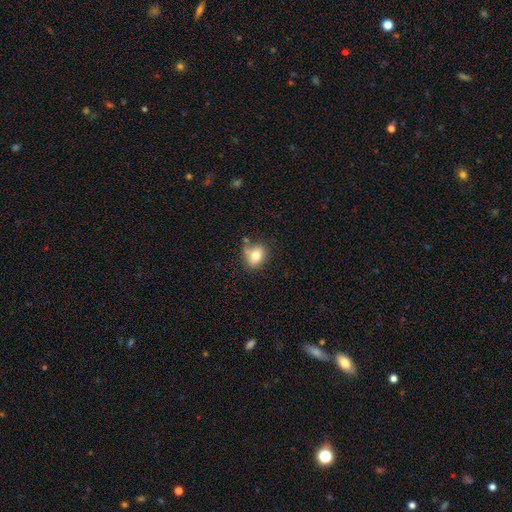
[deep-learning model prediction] Q: Smooth or featured?
A: smooth (79%); runner-up: featured or disk (11%)
Q: How rounded?
A: in between (53%); runner-up: round (45%)
Q: Merging?
A: none (63%); runner-up: minor disturbance (23%)